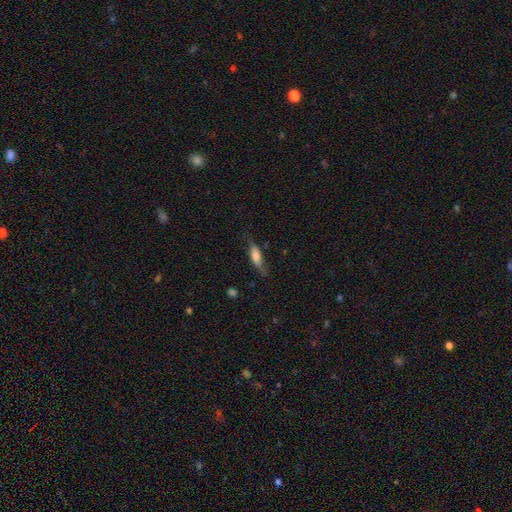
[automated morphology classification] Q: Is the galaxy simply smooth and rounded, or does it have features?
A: smooth — 65%.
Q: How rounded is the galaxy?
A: cigar-shaped — 51%.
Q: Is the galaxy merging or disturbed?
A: none — 61%.